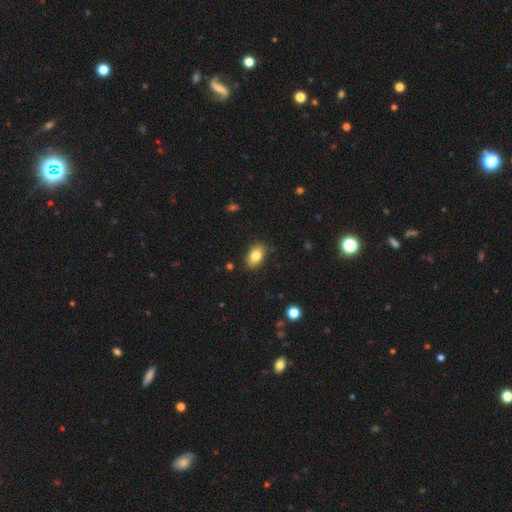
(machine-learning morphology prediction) This appears to be a smooth galaxy with no disk features (82%) that is in between round and cigar-shaped (89%). Merging: none (86%).